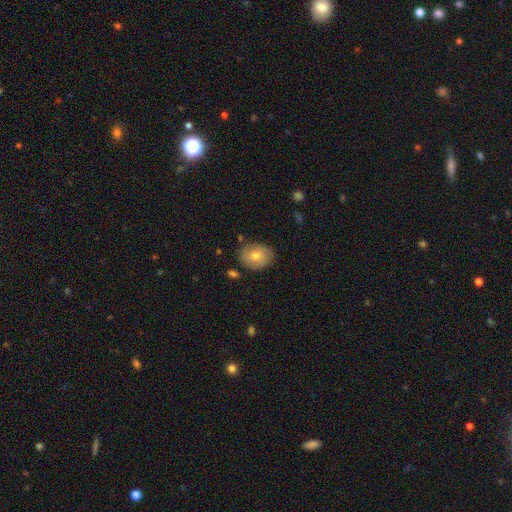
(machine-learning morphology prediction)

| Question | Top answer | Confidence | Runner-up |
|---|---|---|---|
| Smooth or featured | smooth | 71% | featured or disk (20%) |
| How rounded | in between | 61% | round (38%) |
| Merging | none | 82% | minor disturbance (13%) |